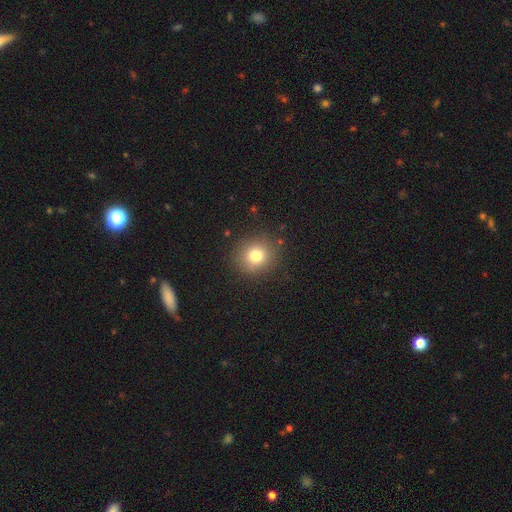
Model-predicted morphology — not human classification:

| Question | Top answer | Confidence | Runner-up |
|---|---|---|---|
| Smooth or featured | smooth | 78% | star or artifact (13%) |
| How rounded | round | 86% | in between (13%) |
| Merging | none | 87% | minor disturbance (8%) |